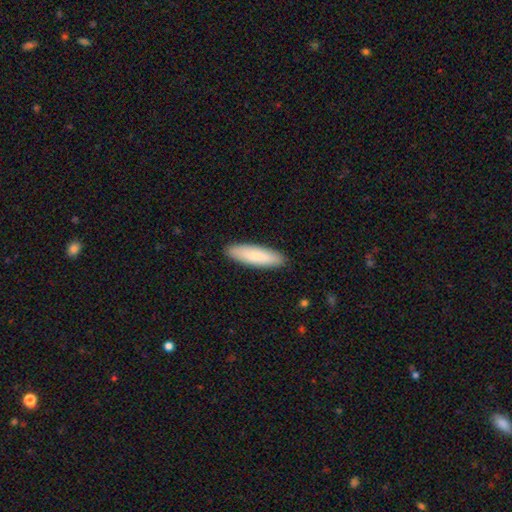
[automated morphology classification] smooth-or-featured: smooth: 80% | featured or disk: 15% | star or artifact: 5%
  how-rounded: cigar-shaped: 62% | in between: 36% | round: 1%
  merging: none: 90% | minor disturbance: 7% | major disturbance: 1% | merger: 1%